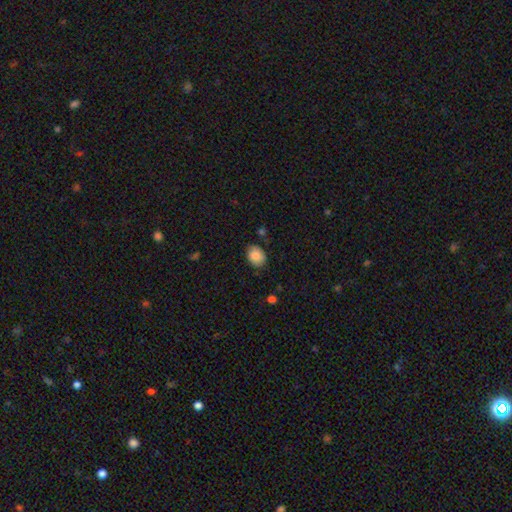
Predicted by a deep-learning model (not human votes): Morphology: type=smooth (86%); roundness=in between (55%); merging=none (79%).